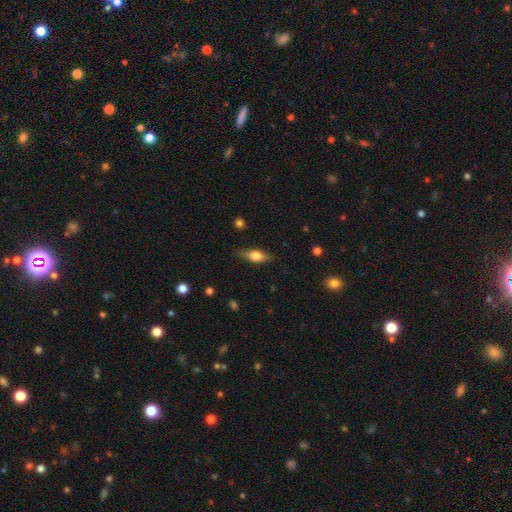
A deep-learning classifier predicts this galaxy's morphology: This appears to be a smooth galaxy with no disk features (60%) that is in between round and cigar-shaped (64%). Merging: none (82%).